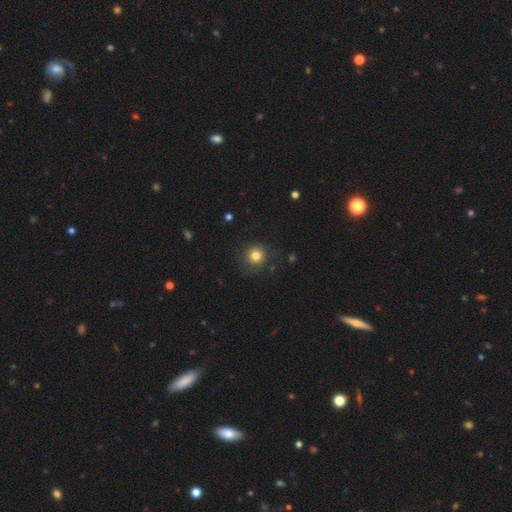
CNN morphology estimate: type=smooth (80%); roundness=round (92%); merging=none (81%).